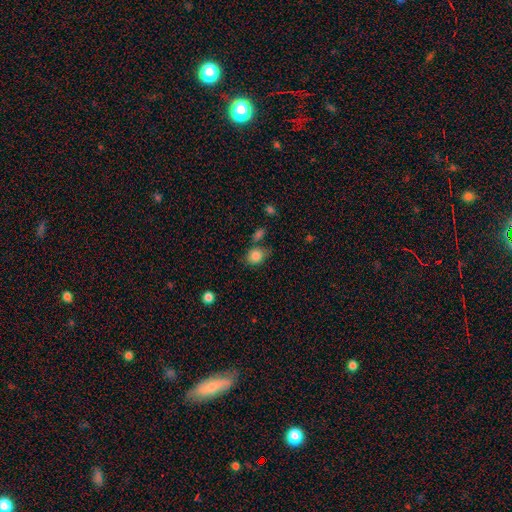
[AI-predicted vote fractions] Q: Smooth or featured?
A: smooth (85%); runner-up: star or artifact (9%)
Q: How rounded?
A: round (58%); runner-up: in between (41%)
Q: Merging?
A: none (63%); runner-up: minor disturbance (20%)